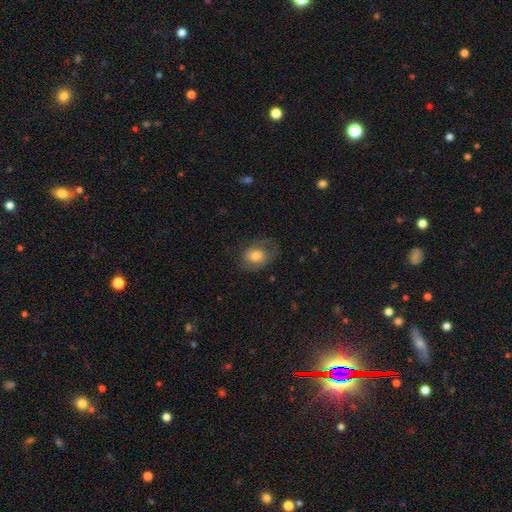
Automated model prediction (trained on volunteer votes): A smooth galaxy with no disk features (61%) that is in between round and cigar-shaped (71%).

Vote fractions:
- Smooth or featured? smooth: 61% / featured or disk: 31% / star or artifact: 8%
- How rounded? in between: 71% / round: 28% / cigar-shaped: 1%
- Merging? none: 59% / minor disturbance: 24% / major disturbance: 16% / merger: 1%